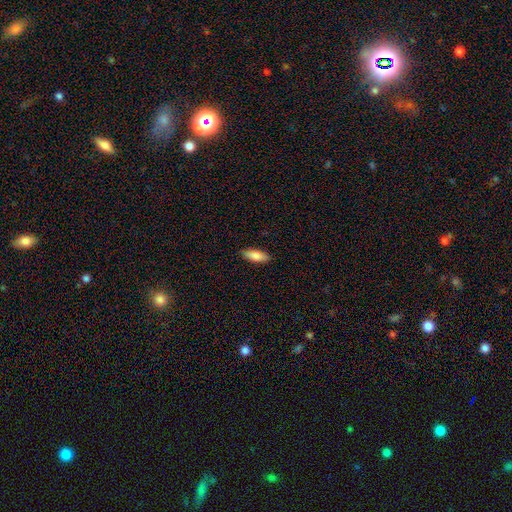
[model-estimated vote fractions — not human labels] Smooth or featured?
  - smooth: 85% *
  - featured or disk: 10%
  - star or artifact: 6%
How rounded?
  - in between: 68% *
  - cigar-shaped: 30%
  - round: 2%
Merging?
  - none: 88% *
  - minor disturbance: 10%
  - major disturbance: 2%
  - merger: 1%